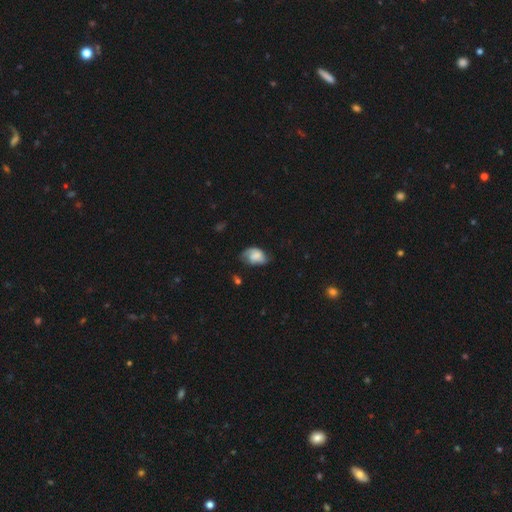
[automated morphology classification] Smooth or featured? smooth (59%)
How rounded? in between (82%)
Merging? none (42%)